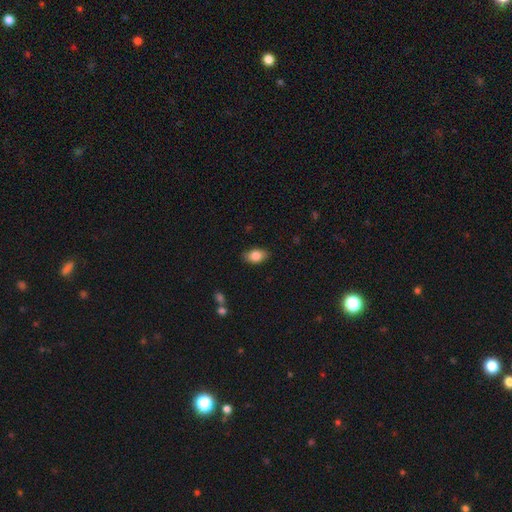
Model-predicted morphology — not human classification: This is clearly a smooth galaxy (84%). How rounded: clearly in between (88%). Merging: clearly none (84%).